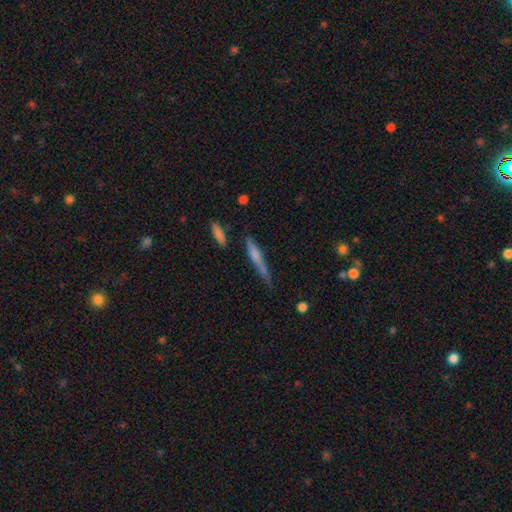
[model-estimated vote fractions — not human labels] Overall: smooth (58%; featured or disk 34%). How rounded: cigar-shaped (91%). Merging: none (65%).